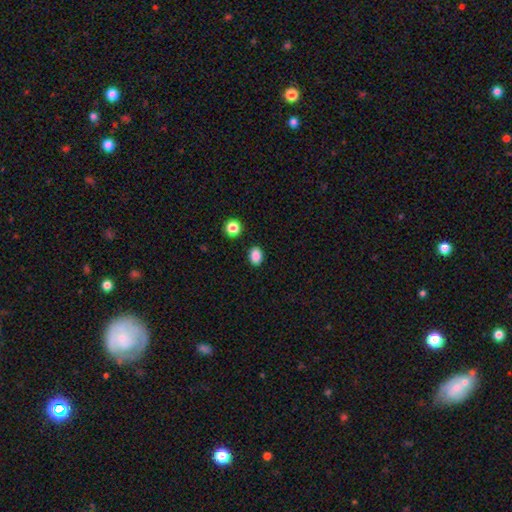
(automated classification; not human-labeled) Smooth or featured?
  - smooth: 87% *
  - star or artifact: 10%
  - featured or disk: 3%
How rounded?
  - in between: 73% *
  - round: 26%
  - cigar-shaped: 1%
Merging?
  - none: 87% *
  - minor disturbance: 8%
  - merger: 2%
  - major disturbance: 2%